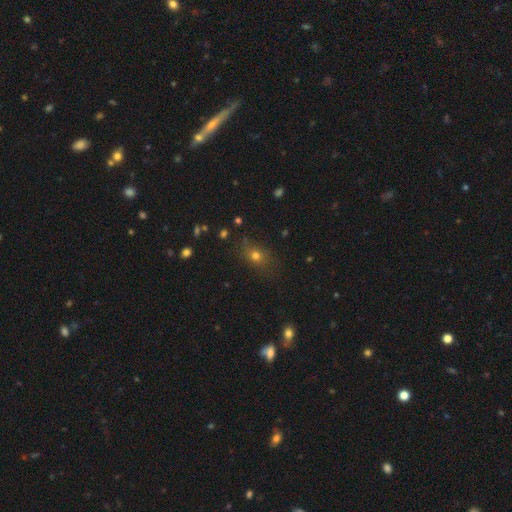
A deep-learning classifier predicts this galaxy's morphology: type=smooth (69%); roundness=in between (49%); merging=none (76%).